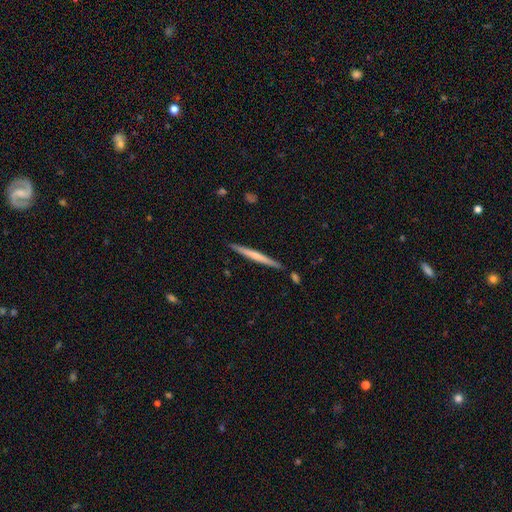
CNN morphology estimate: Smooth or featured? smooth (49%)
Merging? none (88%)